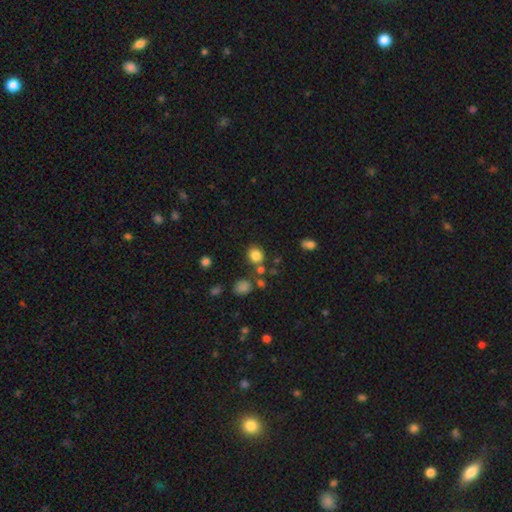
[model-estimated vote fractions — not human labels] This appears to be a smooth galaxy with no disk features (82%) that is round (75%). Merging: none (74%).